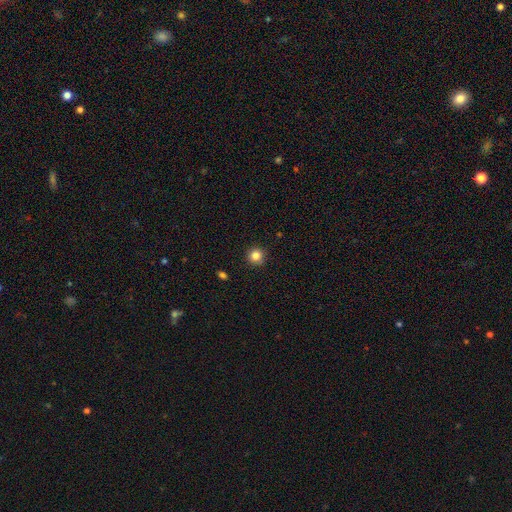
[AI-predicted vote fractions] smooth 84%, star or artifact 11%, featured or disk 5%. Down the decision tree: how rounded — round (95%); merging — none (92%).